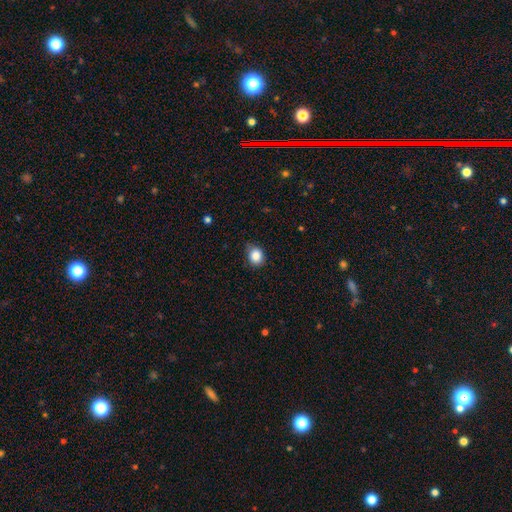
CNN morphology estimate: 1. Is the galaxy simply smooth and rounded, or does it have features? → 86% smooth, 10% star or artifact, 4% featured or disk.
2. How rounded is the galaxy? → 67% round, 32% in between, 1% cigar-shaped.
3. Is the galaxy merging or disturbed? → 76% none, 20% minor disturbance, 3% major disturbance, 1% merger.